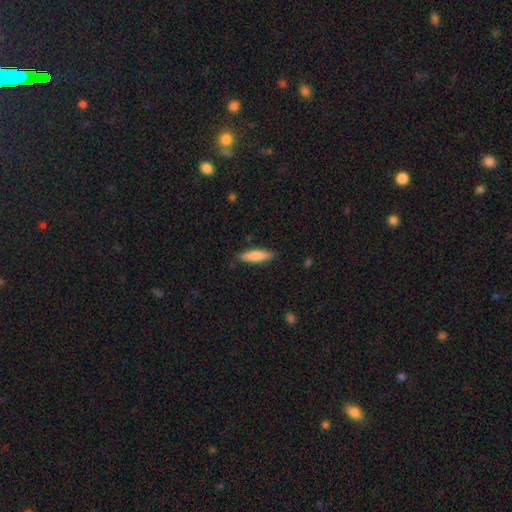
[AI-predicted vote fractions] A smooth galaxy with no disk features (77%) that is cigar-shaped (66%).

Vote fractions:
- Smooth or featured? smooth: 77% / featured or disk: 17% / star or artifact: 6%
- How rounded? cigar-shaped: 66% / in between: 32% / round: 2%
- Merging? none: 86% / minor disturbance: 11% / major disturbance: 2% / merger: 1%